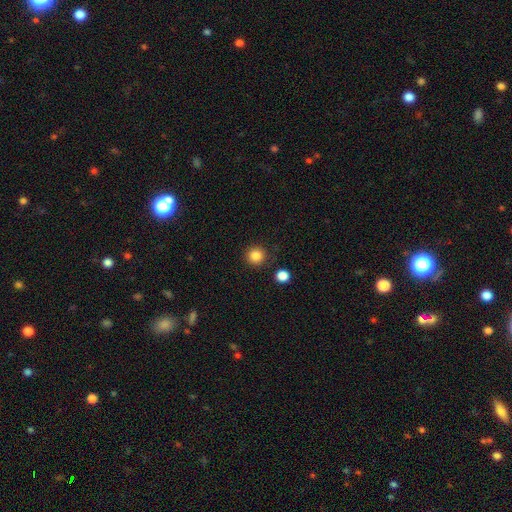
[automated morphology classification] Overall: smooth (85%). How rounded: round (94%). Merging: none (87%).